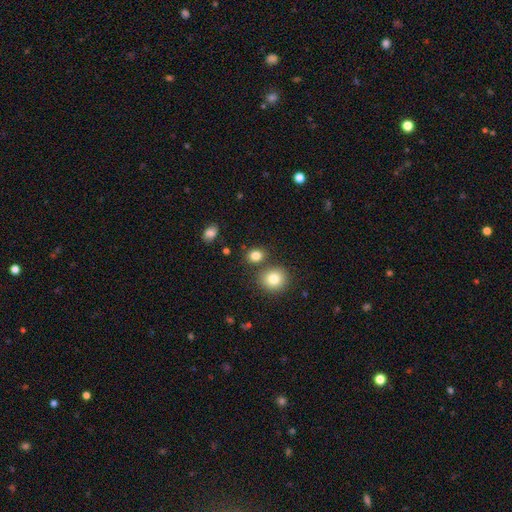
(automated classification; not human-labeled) A smooth galaxy with no disk features (83%) that is round (58%).

Vote fractions:
- Smooth or featured? smooth: 83% / star or artifact: 12% / featured or disk: 6%
- How rounded? round: 58% / in between: 40% / cigar-shaped: 1%
- Merging? none: 73% / merger: 14% / minor disturbance: 10% / major disturbance: 3%